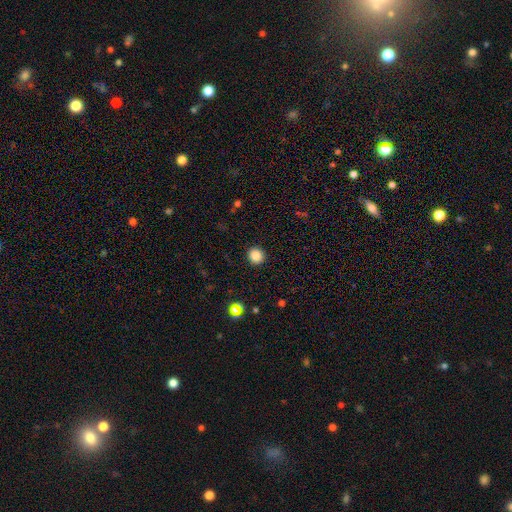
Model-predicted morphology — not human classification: Q: Smooth or featured?
A: smooth (85%); runner-up: star or artifact (11%)
Q: How rounded?
A: round (91%); runner-up: in between (8%)
Q: Merging?
A: none (92%); runner-up: minor disturbance (5%)